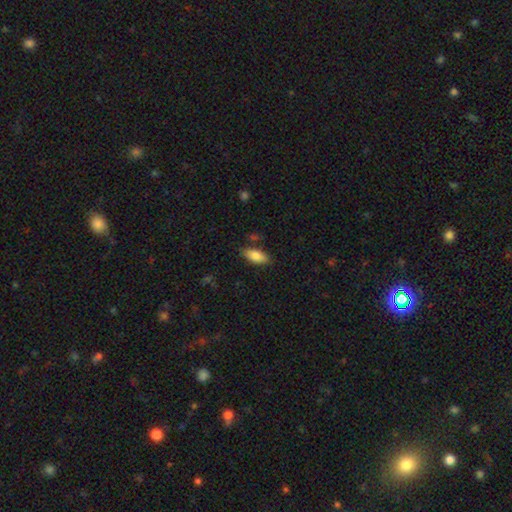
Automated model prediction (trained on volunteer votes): Overall: smooth (85%). How rounded: in between (87%). Merging: none (81%).